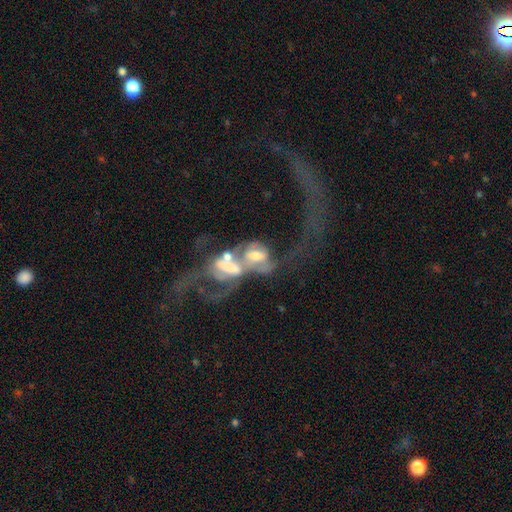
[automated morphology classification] Q: Smooth or featured?
A: featured or disk (66%); runner-up: smooth (22%)
Q: Edge-on disk?
A: no (95%); runner-up: yes (5%)
Q: Bar?
A: no (48%); runner-up: weak (28%)
Q: Spiral arms?
A: yes (52%); runner-up: no (48%)
Q: Bulge size?
A: moderate (37%); runner-up: large (21%)
Q: Merging?
A: merger (72%); runner-up: major disturbance (18%)